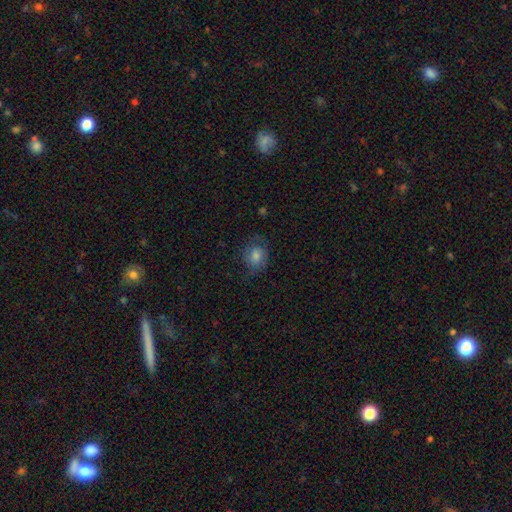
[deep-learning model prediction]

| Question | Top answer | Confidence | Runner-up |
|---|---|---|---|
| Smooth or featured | smooth | 56% | featured or disk (32%) |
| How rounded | round | 65% | in between (34%) |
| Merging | none | 68% | minor disturbance (20%) |